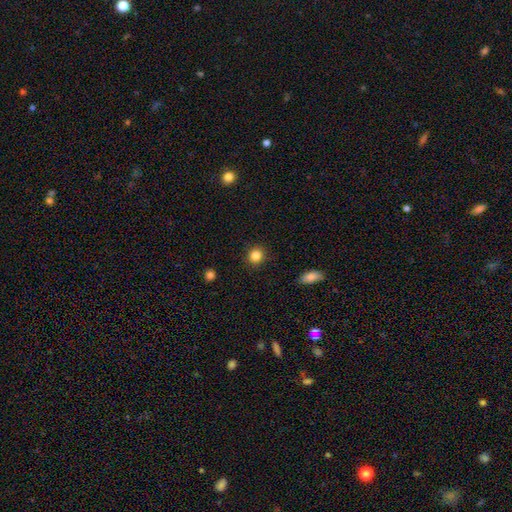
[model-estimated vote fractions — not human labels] Overall: smooth (85%). How rounded: round (87%). Merging: none (91%).